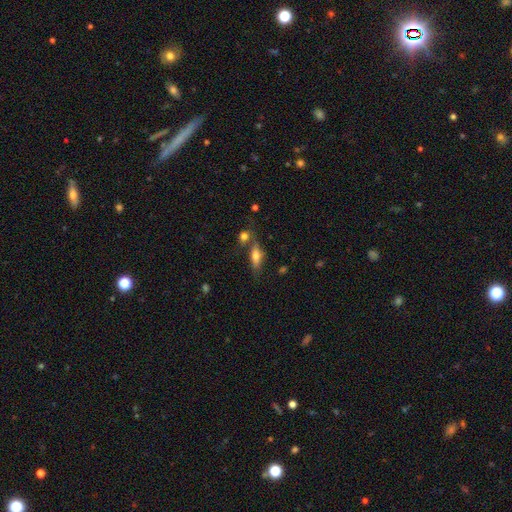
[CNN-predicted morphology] Smooth or featured: smooth — 63% (featured or disk — 27%)
How rounded: in between — 63% (cigar-shaped — 32%)
Merging: none — 54% (merger — 23%)